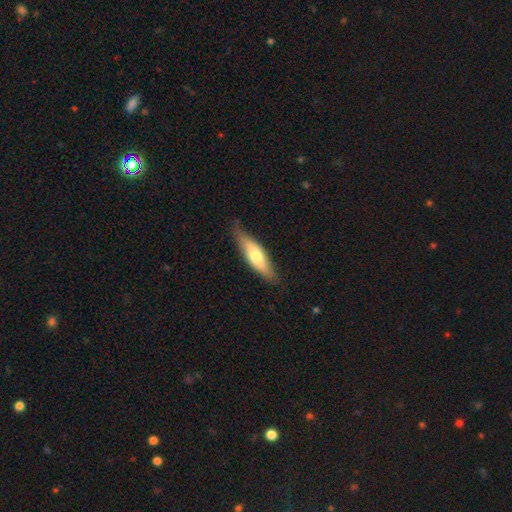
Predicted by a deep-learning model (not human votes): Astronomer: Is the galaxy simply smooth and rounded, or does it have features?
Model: smooth — 57% (runner-up: featured or disk, 37%).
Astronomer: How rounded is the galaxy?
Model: cigar-shaped — 60% (runner-up: in between, 38%).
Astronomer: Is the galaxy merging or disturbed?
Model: none — 73%.